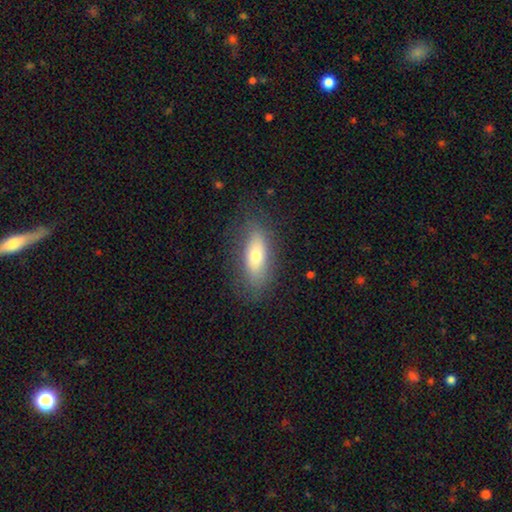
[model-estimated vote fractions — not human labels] Smooth or featured? smooth (66%)
How rounded? in between (71%)
Merging? none (78%)